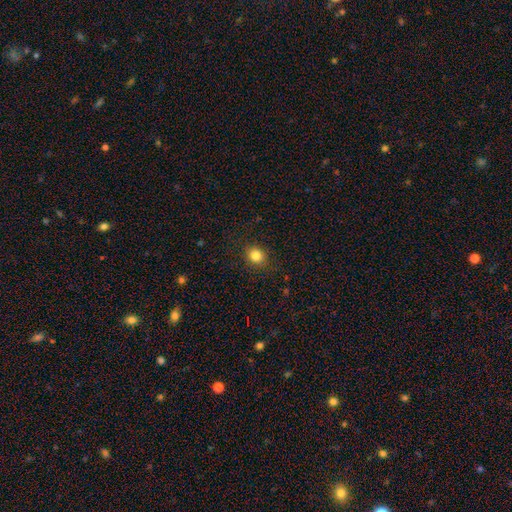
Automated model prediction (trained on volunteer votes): Smooth or featured? smooth (83%)
How rounded? round (75%)
Merging? none (88%)